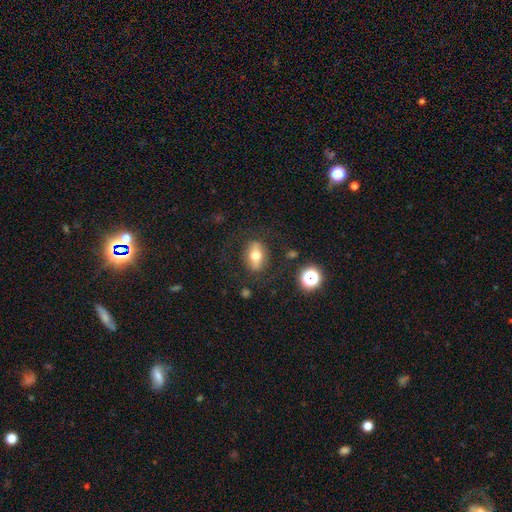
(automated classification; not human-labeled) Q: Smooth or featured?
A: smooth (57%); runner-up: featured or disk (32%)
Q: How rounded?
A: in between (71%); runner-up: round (25%)
Q: Merging?
A: none (81%); runner-up: minor disturbance (12%)